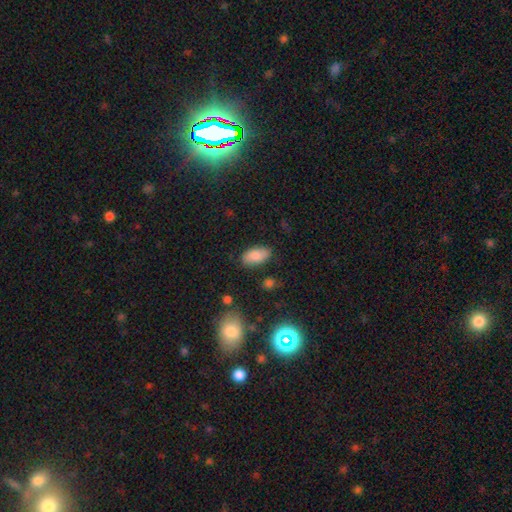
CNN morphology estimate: Smooth or featured? Predicted: smooth (p=0.84). How rounded? Predicted: in between (p=0.93). Merging? Predicted: none (p=0.81).